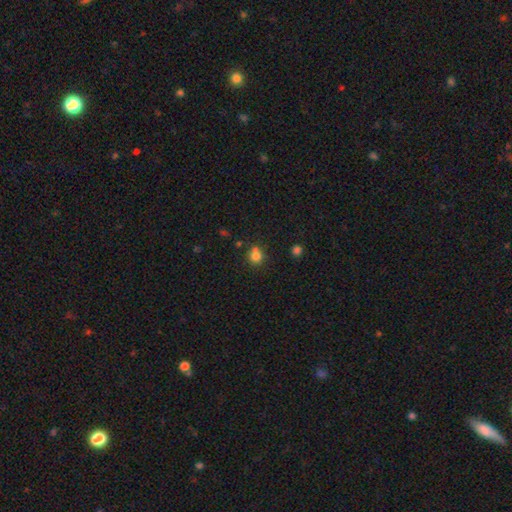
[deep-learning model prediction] Overall: smooth (79%). How rounded: round (80%). Merging: none (61%).